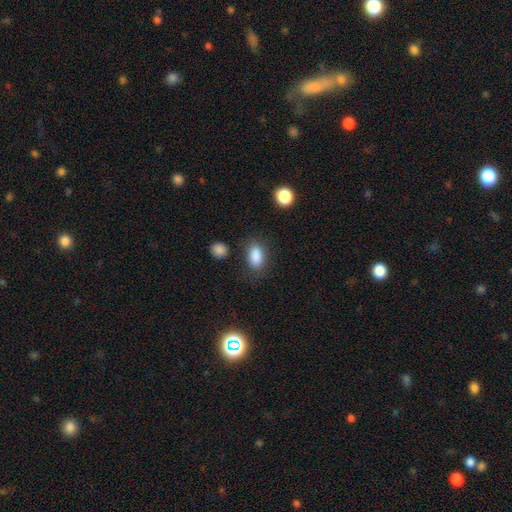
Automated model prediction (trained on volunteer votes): Smooth or featured?
  - smooth: 87% *
  - star or artifact: 8%
  - featured or disk: 5%
How rounded?
  - in between: 88% *
  - round: 9%
  - cigar-shaped: 3%
Merging?
  - none: 78% *
  - minor disturbance: 14%
  - major disturbance: 5%
  - merger: 3%